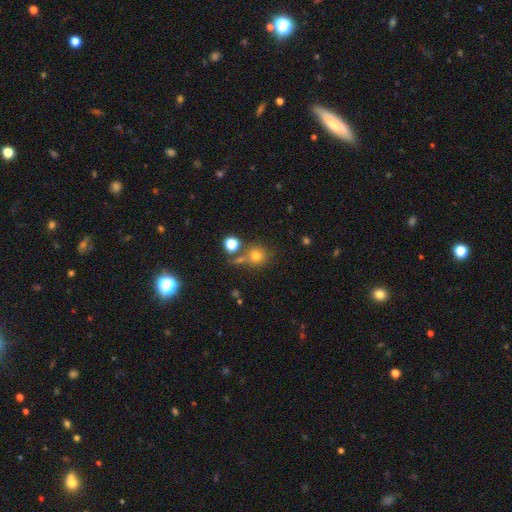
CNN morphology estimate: Smooth or featured?
  - smooth: 74% *
  - star or artifact: 16%
  - featured or disk: 10%
How rounded?
  - round: 87% *
  - in between: 12%
  - cigar-shaped: 1%
Merging?
  - none: 65% *
  - merger: 19%
  - minor disturbance: 11%
  - major disturbance: 5%